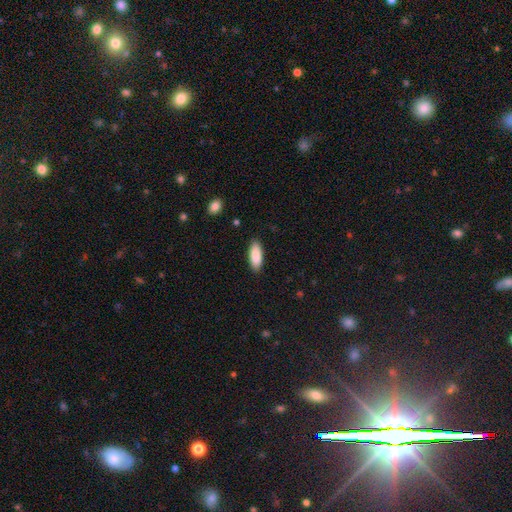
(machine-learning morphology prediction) Overall: smooth (89%). How rounded: in between (76%). Merging: none (88%).